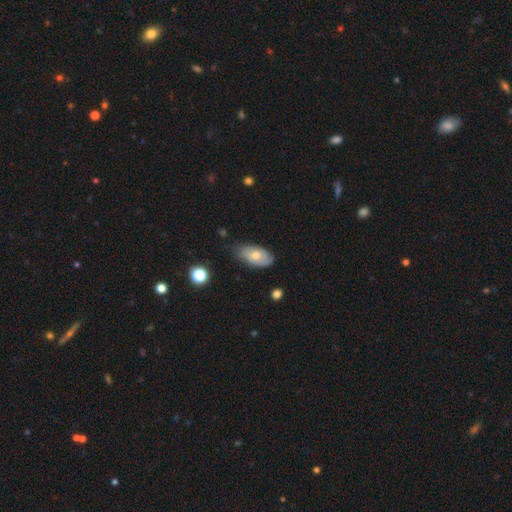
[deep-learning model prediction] A smooth galaxy with no disk features (64%) that is in between round and cigar-shaped (92%).

Vote fractions:
- Smooth or featured? smooth: 64% / featured or disk: 29% / star or artifact: 7%
- How rounded? in between: 92% / round: 4% / cigar-shaped: 4%
- Merging? none: 56% / minor disturbance: 35% / major disturbance: 7% / merger: 2%